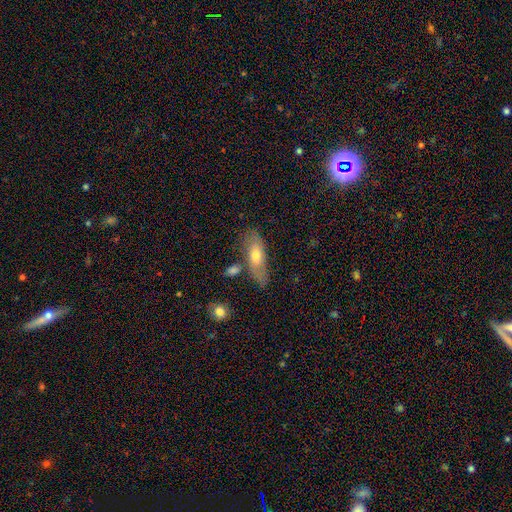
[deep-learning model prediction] A smooth galaxy with no disk features (61%) that is in between round and cigar-shaped (66%).

Vote fractions:
- Smooth or featured? smooth: 61% / featured or disk: 33% / star or artifact: 7%
- How rounded? in between: 66% / cigar-shaped: 31% / round: 3%
- Merging? none: 64% / minor disturbance: 20% / merger: 11% / major disturbance: 6%